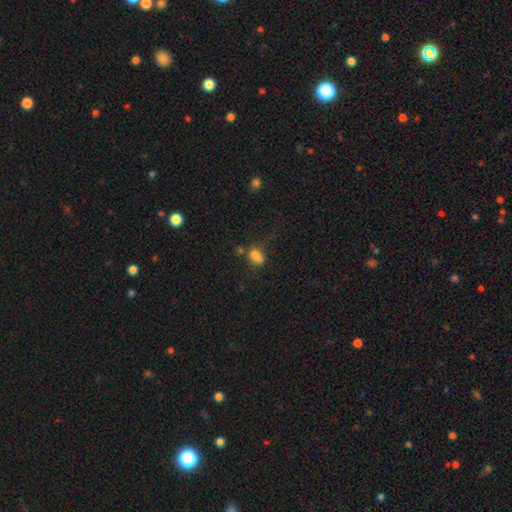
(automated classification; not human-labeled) smooth 70%, star or artifact 15%, featured or disk 15%. Down the decision tree: how rounded — in between (61%); merging — merger (40%).